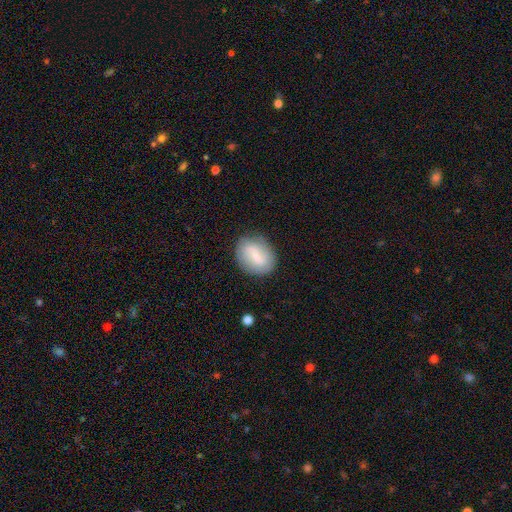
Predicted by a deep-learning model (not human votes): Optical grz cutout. It shows a smooth galaxy with no disk features (58%) that is in between round and cigar-shaped (65%). Merging: none (78%).